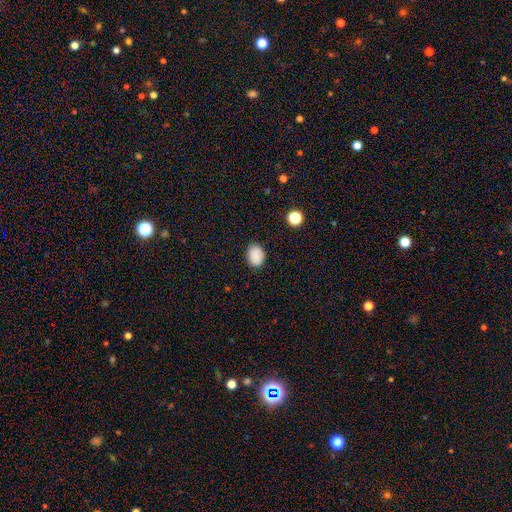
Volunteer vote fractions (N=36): Smooth or featured: smooth — 94% (star or artifact — 6%)
How rounded: in between — 74% (round — 26%)
Merging: none — 74% (minor disturbance — 24%)